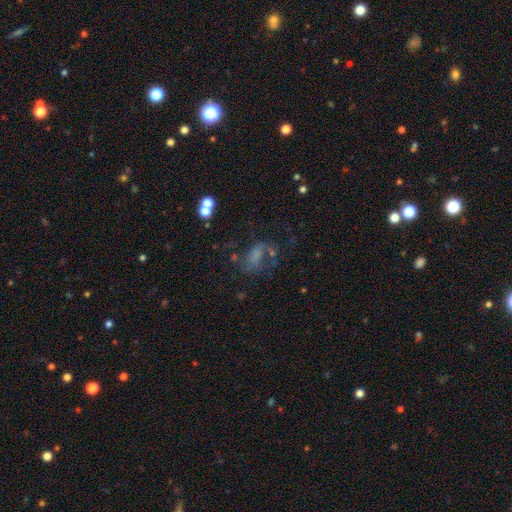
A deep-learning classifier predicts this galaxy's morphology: smooth_or_featured: featured or disk (p=0.44) [alt: smooth p=0.34]
merging: none (p=0.38) [alt: major disturbance p=0.33]